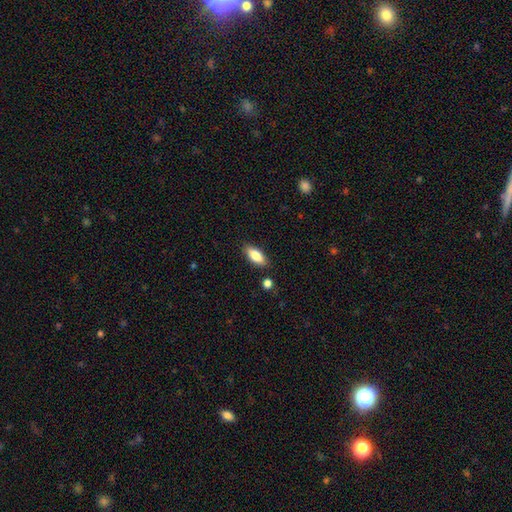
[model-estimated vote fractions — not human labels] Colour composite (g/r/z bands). It shows a smooth galaxy with no disk features (82%) that is in between round and cigar-shaped (81%). Merging: none (85%).